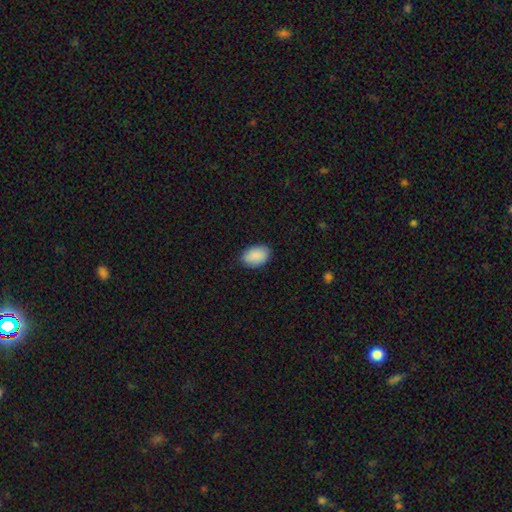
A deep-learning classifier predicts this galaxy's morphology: The model was most divided on "merging": none: 87%, minor disturbance: 10%, major disturbance: 2%, merger: 1%. More confident: smooth or featured — smooth (91%); how rounded — in between (89%).